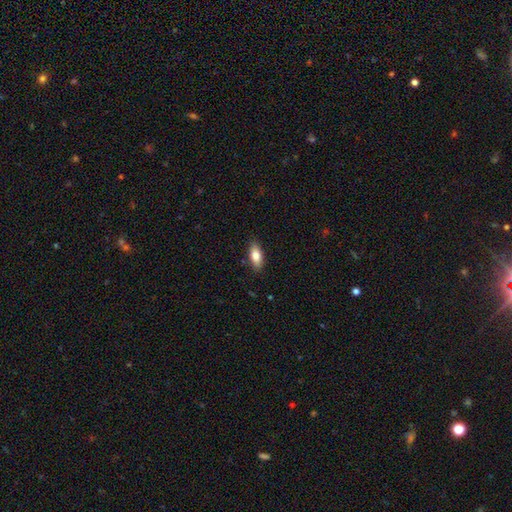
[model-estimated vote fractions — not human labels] smooth-or-featured: smooth: 77% | featured or disk: 16% | star or artifact: 7%
  how-rounded: in between: 79% | cigar-shaped: 18% | round: 3%
  merging: none: 87% | minor disturbance: 10% | major disturbance: 2% | merger: 1%